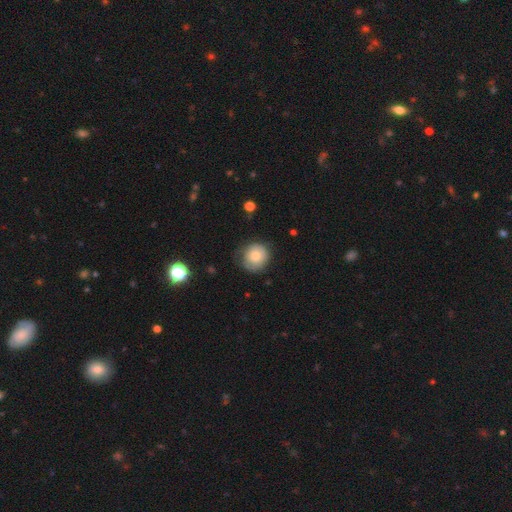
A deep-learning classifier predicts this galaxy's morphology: Overall: smooth (69%). How rounded: round (88%). Merging: none (68%).